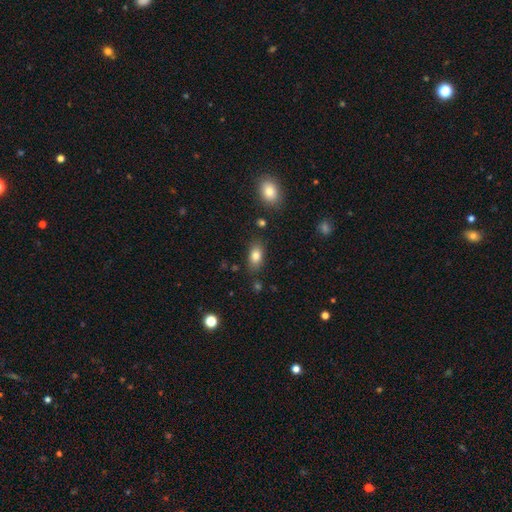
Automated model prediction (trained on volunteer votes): smooth-or-featured: smooth: 82% | featured or disk: 9% | star or artifact: 9%
  how-rounded: in between: 88% | round: 9% | cigar-shaped: 4%
  merging: none: 81% | minor disturbance: 13% | major disturbance: 3% | merger: 3%